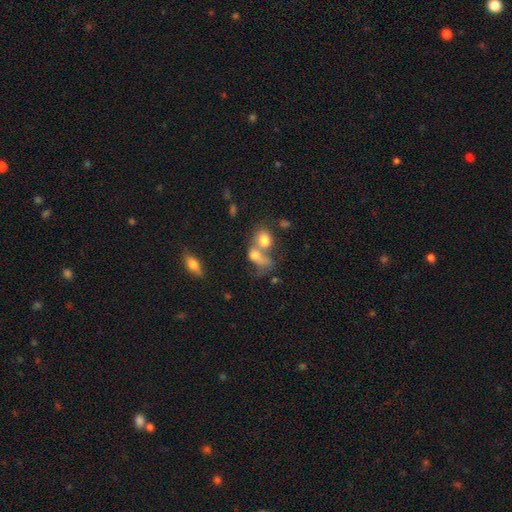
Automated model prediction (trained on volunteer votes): The model was most divided on "how rounded": in between: 62%, round: 34%, cigar-shaped: 3%. More confident: smooth or featured — smooth (69%); merging — merger (64%).